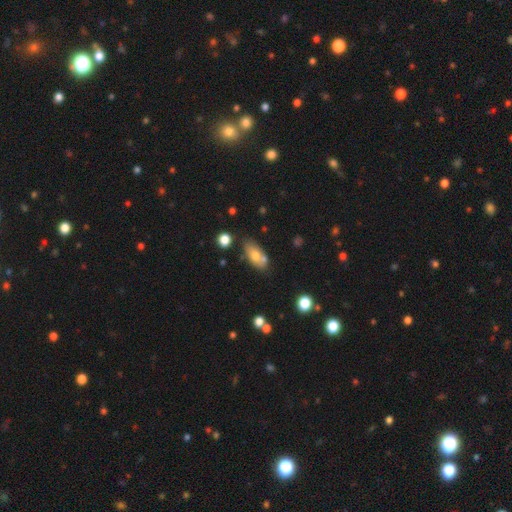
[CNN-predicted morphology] type=smooth (67%); roundness=in between (86%); merging=none (60%).